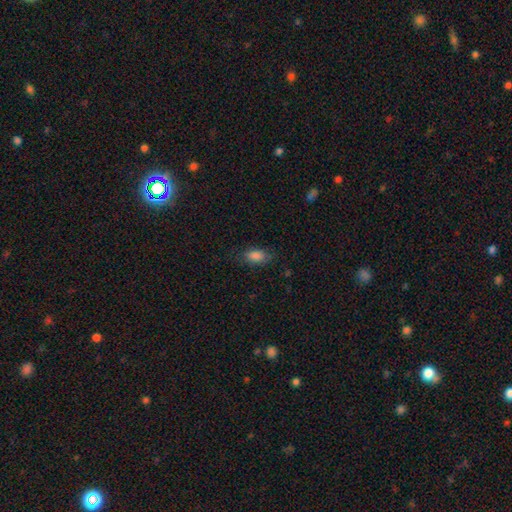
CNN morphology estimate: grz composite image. It shows a smooth galaxy with no disk features (85%) that is in between round and cigar-shaped (90%). Merging: none (76%).